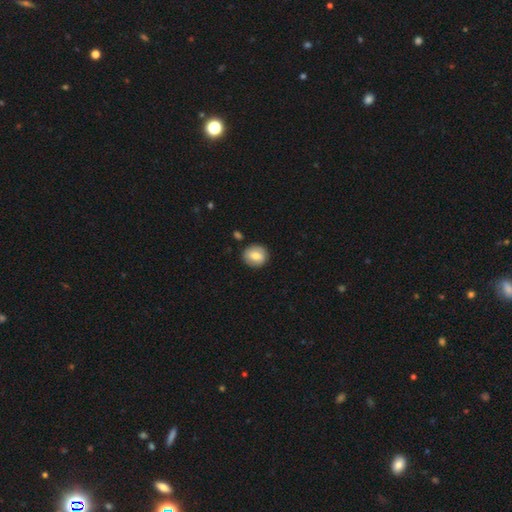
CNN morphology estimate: Overall: smooth (73%). How rounded: round (80%). Merging: none (87%).